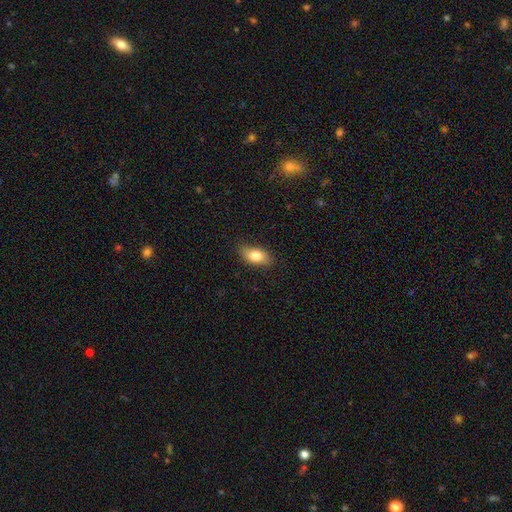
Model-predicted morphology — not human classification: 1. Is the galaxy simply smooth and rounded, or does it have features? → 81% smooth, 12% featured or disk, 7% star or artifact.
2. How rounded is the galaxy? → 88% in between, 6% round, 5% cigar-shaped.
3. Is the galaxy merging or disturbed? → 83% none, 13% minor disturbance, 3% major disturbance, 1% merger.